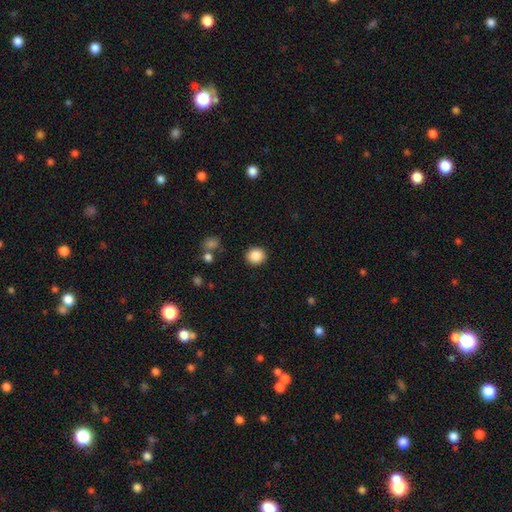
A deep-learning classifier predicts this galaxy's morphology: smooth-or-featured: smooth: 87% | star or artifact: 9% | featured or disk: 4%
  how-rounded: round: 83% | in between: 16% | cigar-shaped: 1%
  merging: none: 90% | minor disturbance: 7% | major disturbance: 2% | merger: 2%